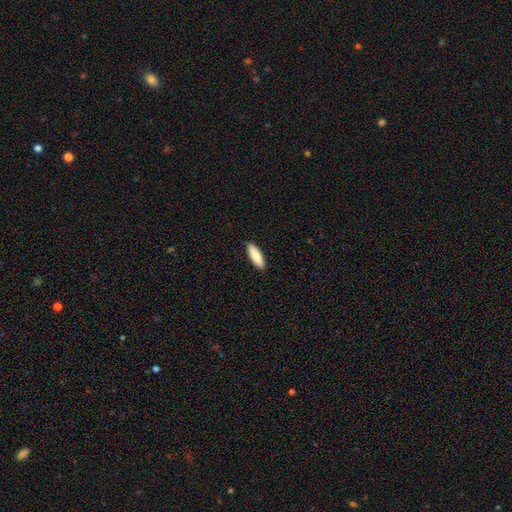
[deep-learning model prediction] The model was most divided on "how rounded": cigar-shaped: 57%, in between: 41%, round: 2%. More confident: merging — none (90%); smooth or featured — smooth (81%).